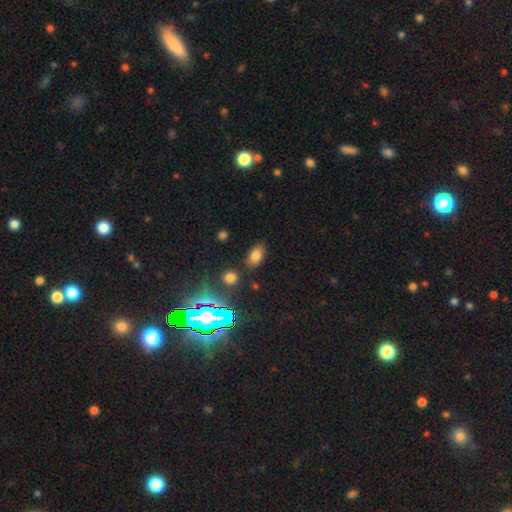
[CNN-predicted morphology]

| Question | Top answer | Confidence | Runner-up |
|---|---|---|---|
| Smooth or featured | smooth | 71% | star or artifact (20%) |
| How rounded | in between | 88% | round (9%) |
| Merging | none | 79% | minor disturbance (13%) |